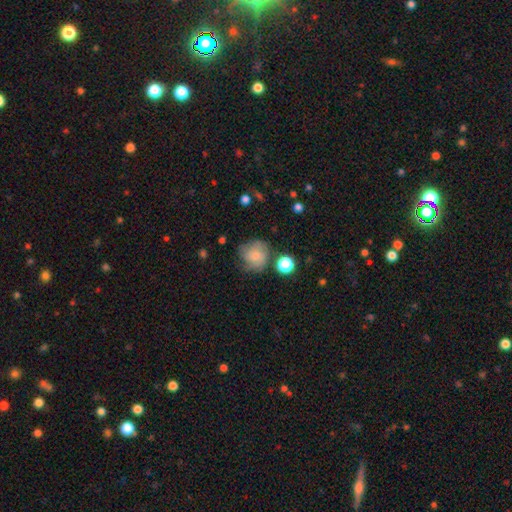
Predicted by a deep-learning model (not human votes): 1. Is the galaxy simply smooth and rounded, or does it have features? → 68% smooth, 23% featured or disk, 10% star or artifact.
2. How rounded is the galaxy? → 85% round, 14% in between, 1% cigar-shaped.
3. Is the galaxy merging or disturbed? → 60% none, 23% minor disturbance, 11% major disturbance, 5% merger.